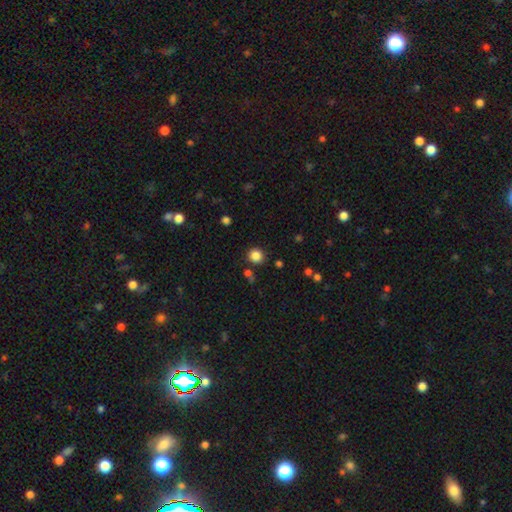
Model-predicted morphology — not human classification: type=smooth (84%); roundness=round (90%); merging=none (86%).